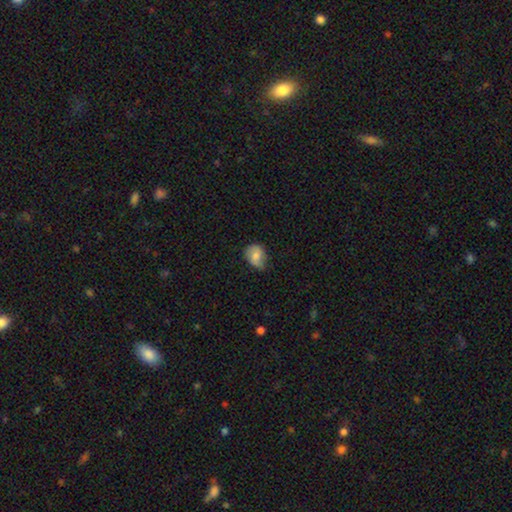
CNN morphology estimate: A smooth galaxy with no disk features (66%) that is in between round and cigar-shaped (52%).

Vote fractions:
- Smooth or featured? smooth: 66% / featured or disk: 26% / star or artifact: 8%
- How rounded? in between: 52% / round: 47% / cigar-shaped: 1%
- Merging? none: 55% / minor disturbance: 35% / major disturbance: 8% / merger: 2%